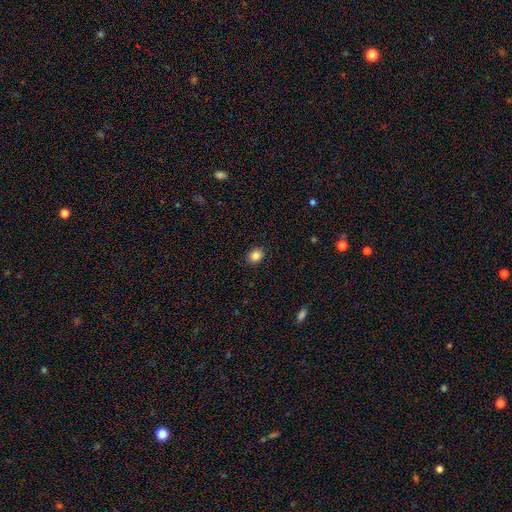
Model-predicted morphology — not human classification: Smooth or featured?
  - smooth: 86% *
  - star or artifact: 10%
  - featured or disk: 4%
How rounded?
  - round: 62% *
  - in between: 37%
  - cigar-shaped: 1%
Merging?
  - none: 90% *
  - minor disturbance: 7%
  - major disturbance: 2%
  - merger: 1%